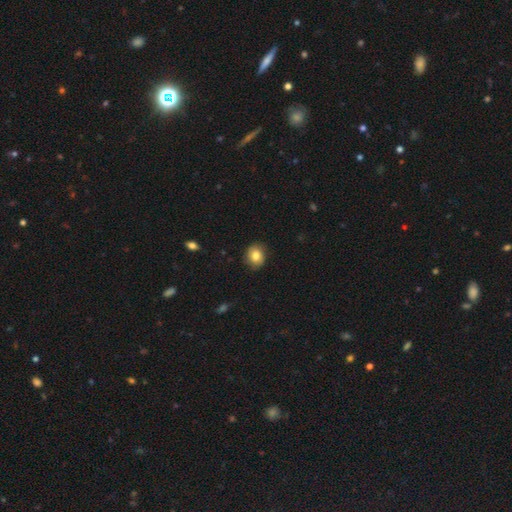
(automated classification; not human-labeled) smooth 82%, featured or disk 10%, star or artifact 9%. Down the decision tree: how rounded — round (72%); merging — none (85%).